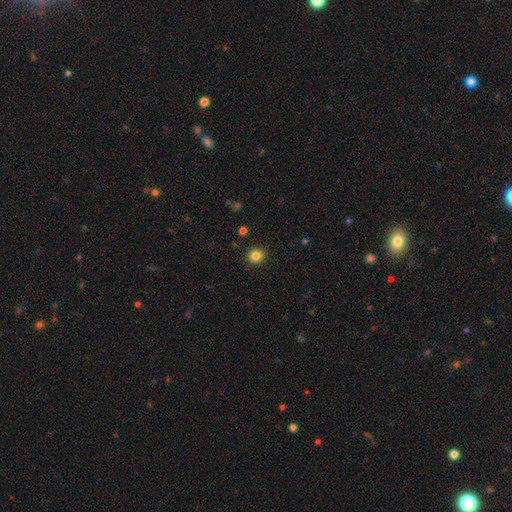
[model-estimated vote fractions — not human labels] Q: Smooth or featured?
A: smooth (84%); runner-up: star or artifact (12%)
Q: How rounded?
A: round (86%); runner-up: in between (13%)
Q: Merging?
A: none (91%); runner-up: minor disturbance (6%)